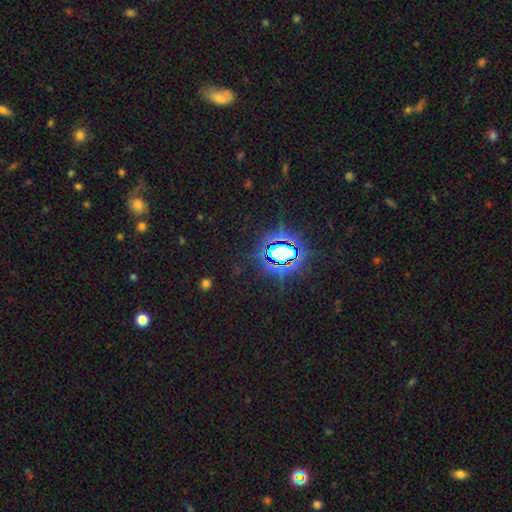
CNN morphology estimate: star or artifact 80%, smooth 12%, featured or disk 7%.